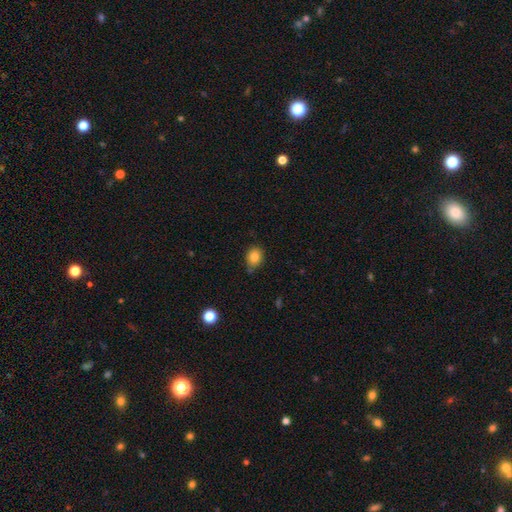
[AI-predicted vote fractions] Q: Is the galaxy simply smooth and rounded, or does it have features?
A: smooth — 82%.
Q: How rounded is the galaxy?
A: round — 54%.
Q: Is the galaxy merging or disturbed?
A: none — 70%.